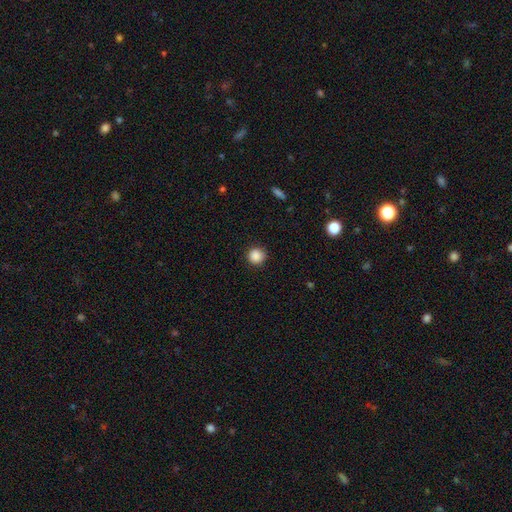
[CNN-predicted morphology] type=smooth (88%); roundness=round (94%); merging=none (90%).